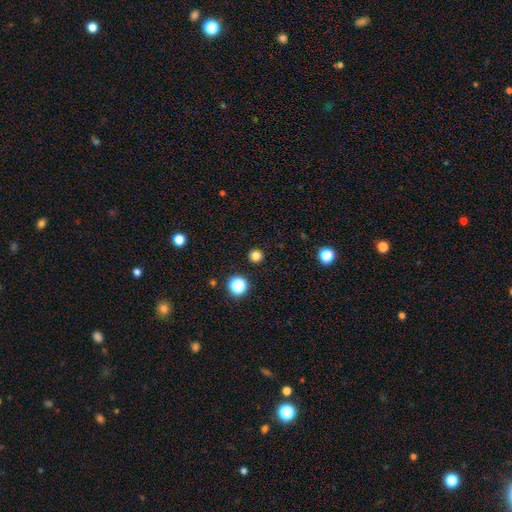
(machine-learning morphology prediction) This is likely a smooth galaxy (80%). How rounded: clearly round (94%). Merging: clearly none (91%).